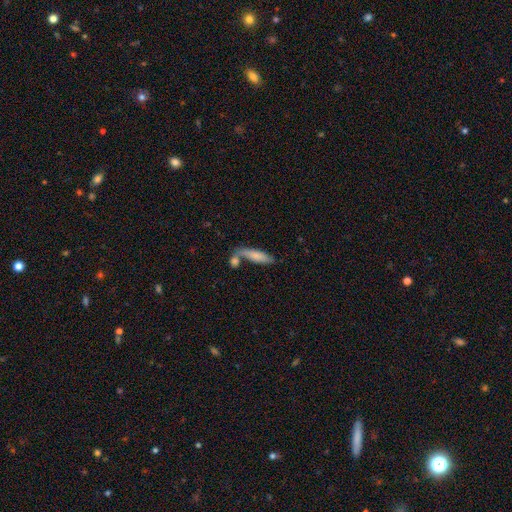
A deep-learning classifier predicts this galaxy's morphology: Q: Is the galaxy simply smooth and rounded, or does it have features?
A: smooth — 72%.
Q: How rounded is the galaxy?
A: cigar-shaped — 58%.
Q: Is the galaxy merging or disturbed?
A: none — 45%.